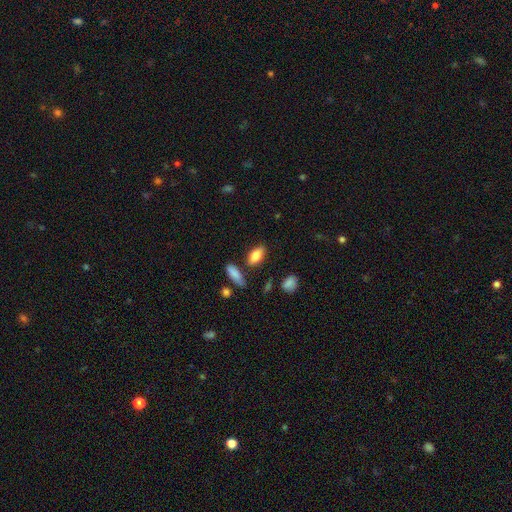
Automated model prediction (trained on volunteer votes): Smooth or featured: smooth — 79% (featured or disk — 14%)
How rounded: in between — 85% (cigar-shaped — 12%)
Merging: none — 79% (minor disturbance — 13%)